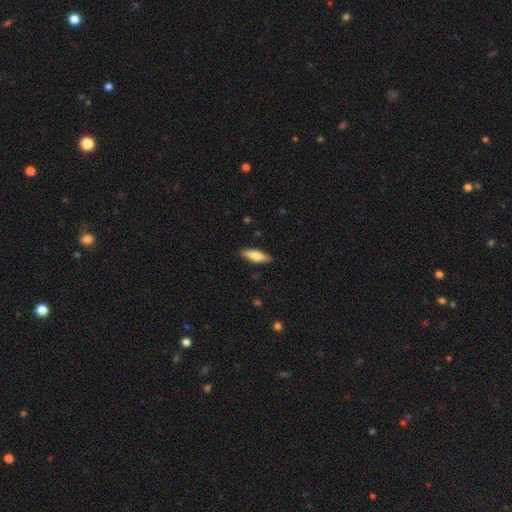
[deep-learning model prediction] This is likely a smooth galaxy (63%). How rounded: possibly cigar-shaped (52%). Merging: clearly none (89%).